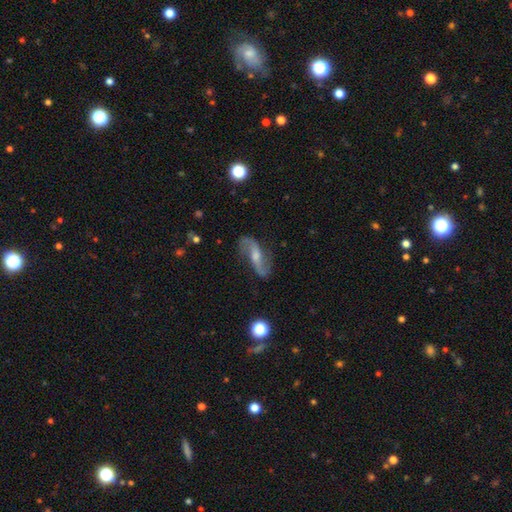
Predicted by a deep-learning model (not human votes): This is clearly a featured or disk galaxy (82%). It is clearly not viewed edge-on (91%). Bar: marginally weak (43%). Spiral arm pattern: clearly yes (95%). Spiral arm count: clearly 2 (92%). Spiral winding: likely loose (74%). Central bulge: possibly moderate (47%). Merging: likely none (76%).